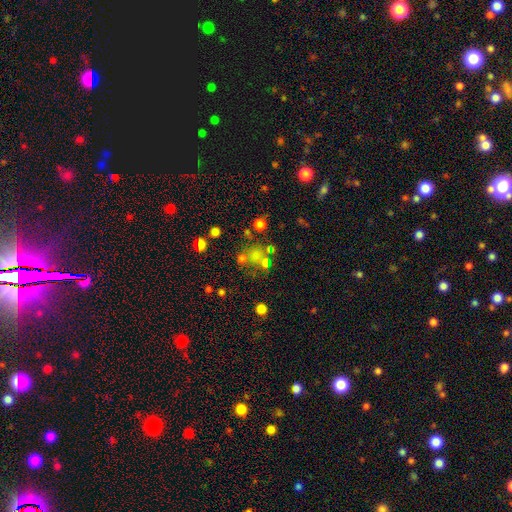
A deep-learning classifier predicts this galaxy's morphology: type=smooth (56%); roundness=round (78%); merging=none (52%).